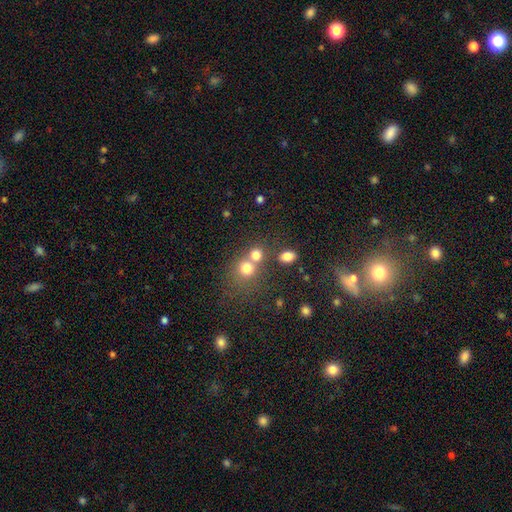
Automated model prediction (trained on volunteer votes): smooth-or-featured: smooth: 73% | star or artifact: 16% | featured or disk: 11%
  how-rounded: round: 80% | in between: 19% | cigar-shaped: 1%
  merging: none: 45% | merger: 44% | minor disturbance: 7% | major disturbance: 4%